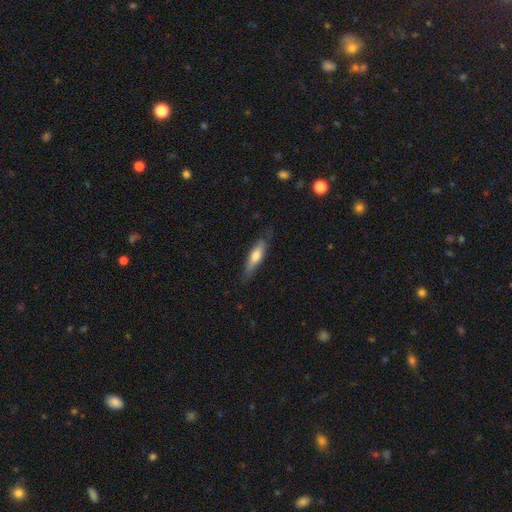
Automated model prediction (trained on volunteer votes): Q: Smooth or featured?
A: smooth (62%); runner-up: featured or disk (32%)
Q: How rounded?
A: cigar-shaped (64%); runner-up: in between (34%)
Q: Merging?
A: none (75%); runner-up: minor disturbance (20%)